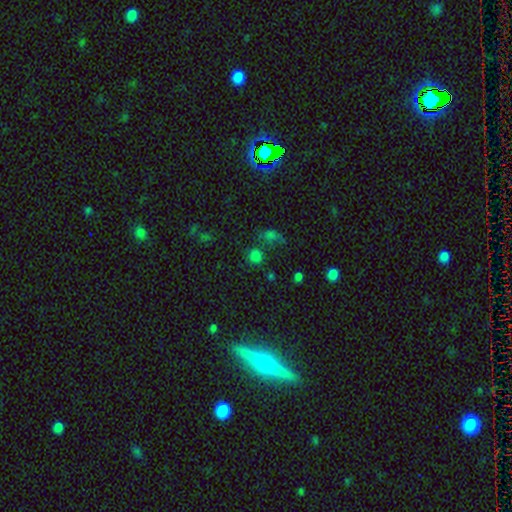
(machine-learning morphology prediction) Smooth or featured? smooth (67%)
How rounded? round (87%)
Merging? none (66%)